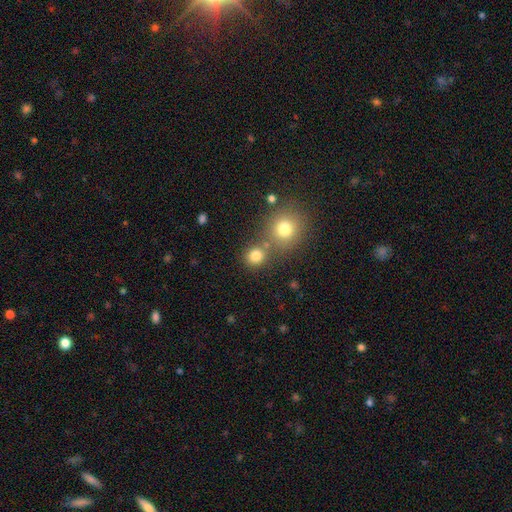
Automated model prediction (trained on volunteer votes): Morphology: type=smooth (80%); roundness=round (88%); merging=none (68%).